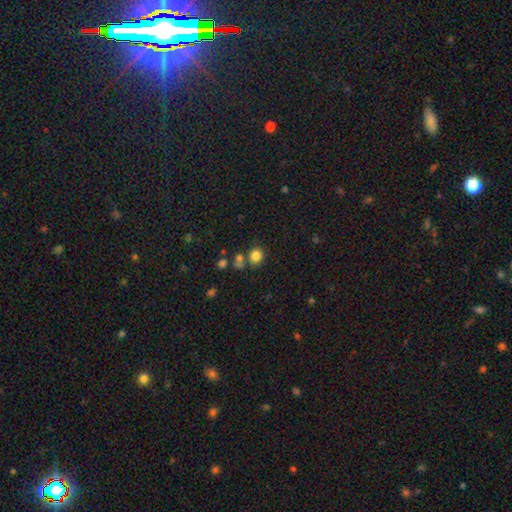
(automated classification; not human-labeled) Overall: smooth (81%). How rounded: round (78%). Merging: none (72%).